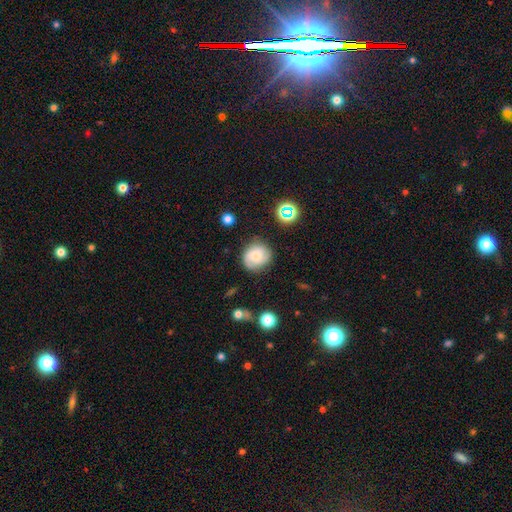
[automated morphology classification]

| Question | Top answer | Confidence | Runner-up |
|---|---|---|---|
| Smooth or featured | smooth | 50% | featured or disk (39%) |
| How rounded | round | 78% | in between (21%) |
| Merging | none | 69% | minor disturbance (22%) |